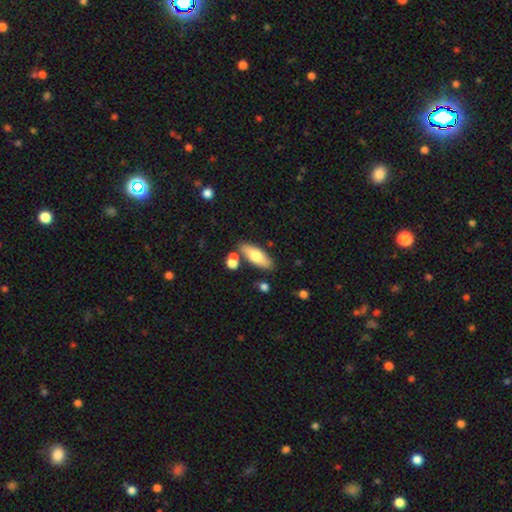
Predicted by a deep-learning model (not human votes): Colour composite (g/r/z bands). It shows a smooth galaxy with no disk features (66%) that is in between round and cigar-shaped (67%). Merging: none (77%).